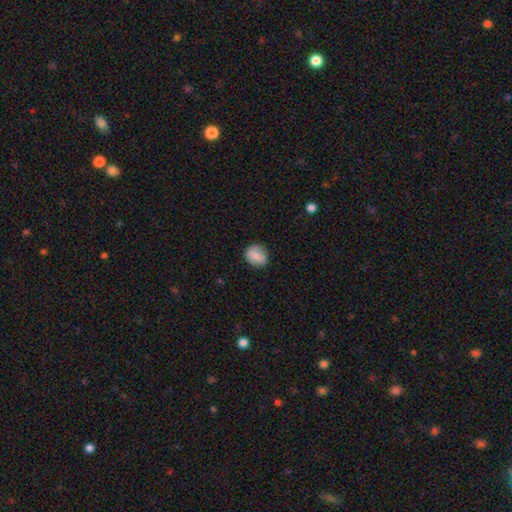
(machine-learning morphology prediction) A smooth galaxy with no disk features (78%) that is round (69%).

Vote fractions:
- Smooth or featured? smooth: 78% / featured or disk: 14% / star or artifact: 8%
- How rounded? round: 69% / in between: 30% / cigar-shaped: 1%
- Merging? none: 79% / minor disturbance: 16% / major disturbance: 4% / merger: 1%